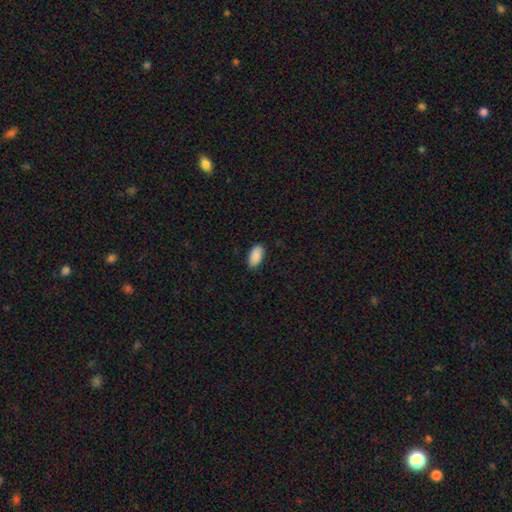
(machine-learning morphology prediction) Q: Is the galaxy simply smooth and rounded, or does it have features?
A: smooth — 90%.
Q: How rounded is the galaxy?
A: in between — 95%.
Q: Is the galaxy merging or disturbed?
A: none — 87%.